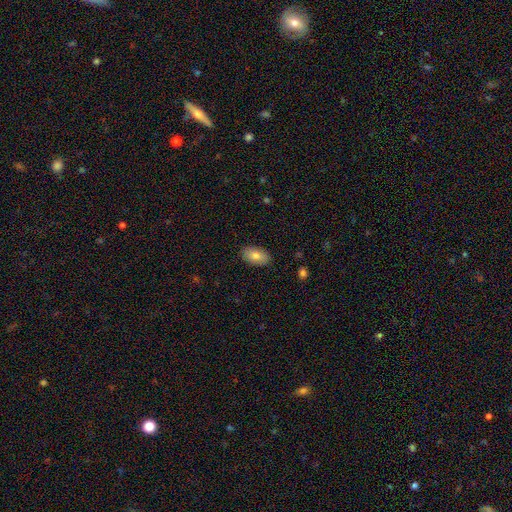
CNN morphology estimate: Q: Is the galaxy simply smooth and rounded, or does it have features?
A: smooth — 77%.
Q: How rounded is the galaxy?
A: in between — 93%.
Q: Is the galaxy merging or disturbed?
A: none — 88%.